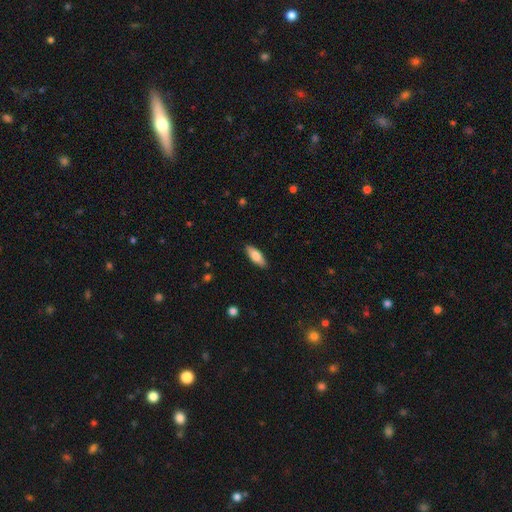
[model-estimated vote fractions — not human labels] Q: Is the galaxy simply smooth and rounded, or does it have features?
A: smooth — 76%.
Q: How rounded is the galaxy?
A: in between — 69%.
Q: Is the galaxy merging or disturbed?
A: none — 89%.